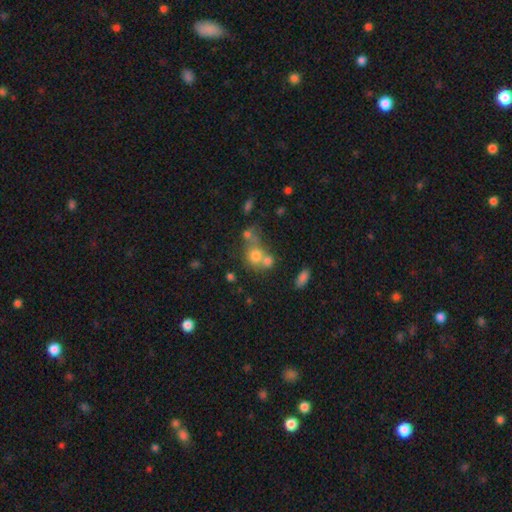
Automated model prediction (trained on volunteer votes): A smooth galaxy with no disk features (69%) that is round (74%).

Vote fractions:
- Smooth or featured? smooth: 69% / featured or disk: 16% / star or artifact: 14%
- How rounded? round: 74% / in between: 25% / cigar-shaped: 1%
- Merging? merger: 52% / none: 33% / minor disturbance: 9% / major disturbance: 6%